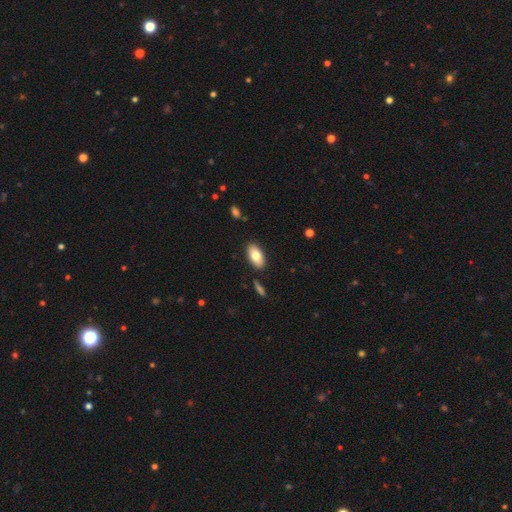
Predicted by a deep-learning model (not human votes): Smooth or featured? smooth (78%)
How rounded? in between (93%)
Merging? none (87%)